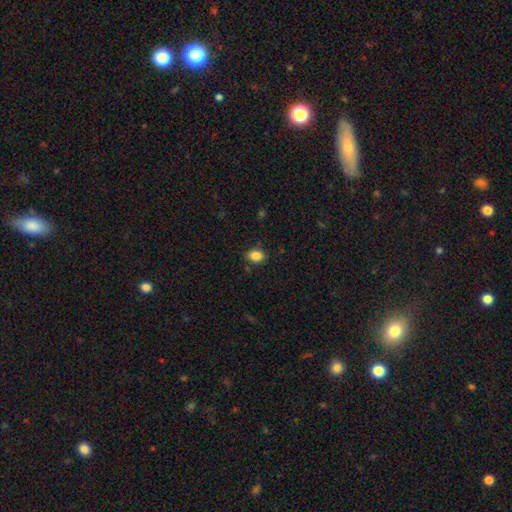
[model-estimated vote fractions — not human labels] Overall: smooth (87%). How rounded: in between (73%). Merging: none (85%).